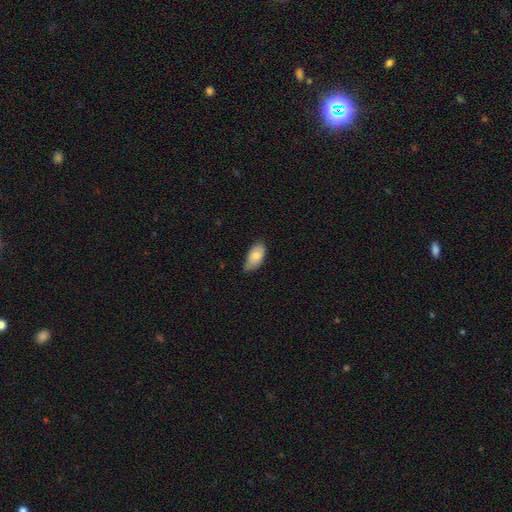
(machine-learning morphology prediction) Smooth or featured: smooth — 81% (featured or disk — 12%)
How rounded: in between — 93% (round — 4%)
Merging: none — 55% (minor disturbance — 38%)